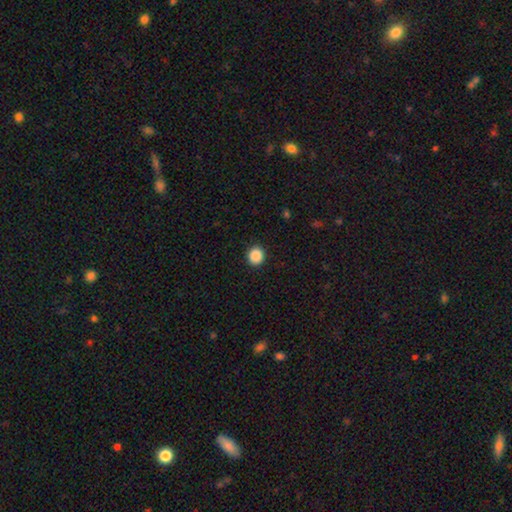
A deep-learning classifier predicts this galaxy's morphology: A smooth galaxy with no disk features (88%) that is round (87%). Merging: none (92%).